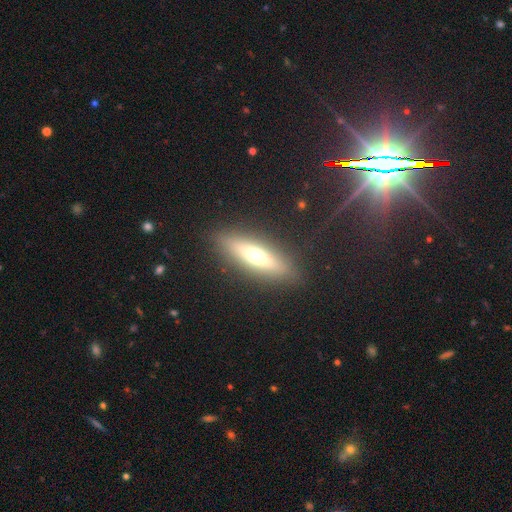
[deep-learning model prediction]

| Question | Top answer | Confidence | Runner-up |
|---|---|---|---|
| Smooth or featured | smooth | 52% | featured or disk (39%) |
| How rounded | cigar-shaped | 64% | in between (34%) |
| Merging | none | 88% | minor disturbance (8%) |